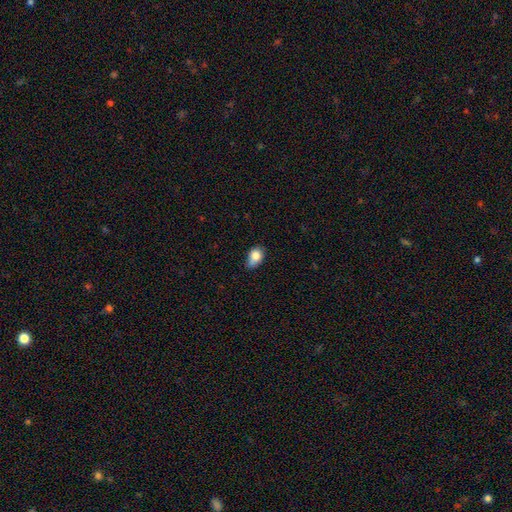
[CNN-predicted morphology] smooth 81%, featured or disk 11%, star or artifact 9%. Down the decision tree: how rounded — in between (78%); merging — none (47%).